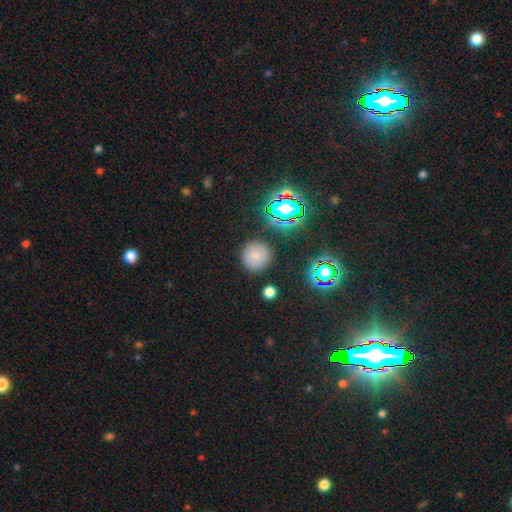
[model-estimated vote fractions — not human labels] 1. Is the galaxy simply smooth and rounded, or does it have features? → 73% smooth, 17% star or artifact, 10% featured or disk.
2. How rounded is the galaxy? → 95% round, 4% in between, 1% cigar-shaped.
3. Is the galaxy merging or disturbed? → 88% none, 8% minor disturbance, 3% major disturbance, 2% merger.